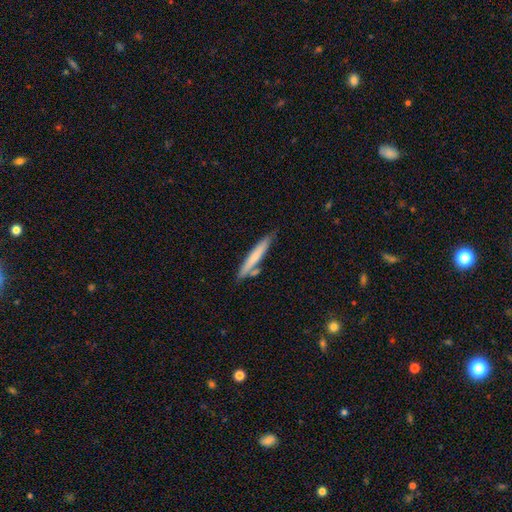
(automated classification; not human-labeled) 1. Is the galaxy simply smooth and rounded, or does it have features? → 66% smooth, 28% featured or disk, 5% star or artifact.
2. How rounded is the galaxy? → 93% cigar-shaped, 5% in between, 1% round.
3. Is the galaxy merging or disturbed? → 71% none, 14% minor disturbance, 12% merger, 3% major disturbance.